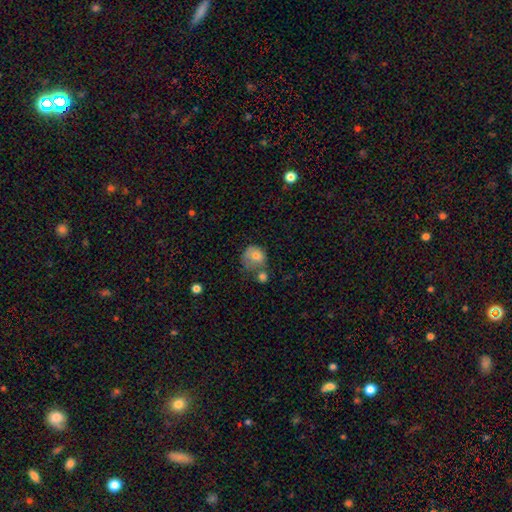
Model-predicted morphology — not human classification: smooth 74%, featured or disk 17%, star or artifact 9%. Down the decision tree: how rounded — round (73%); merging — none (34%).